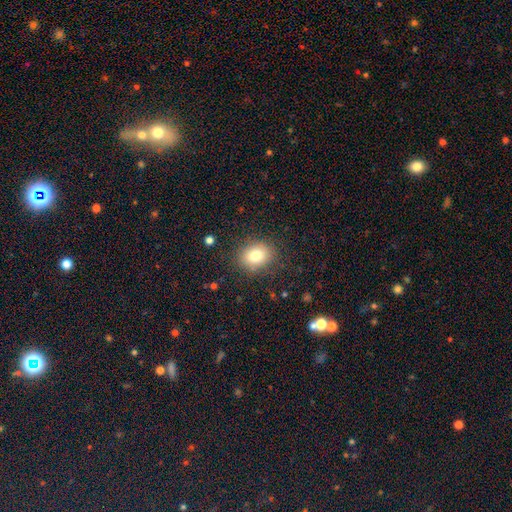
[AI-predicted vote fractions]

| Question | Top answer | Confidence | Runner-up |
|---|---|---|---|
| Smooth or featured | smooth | 79% | star or artifact (11%) |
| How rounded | round | 50% | in between (49%) |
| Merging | none | 84% | minor disturbance (11%) |